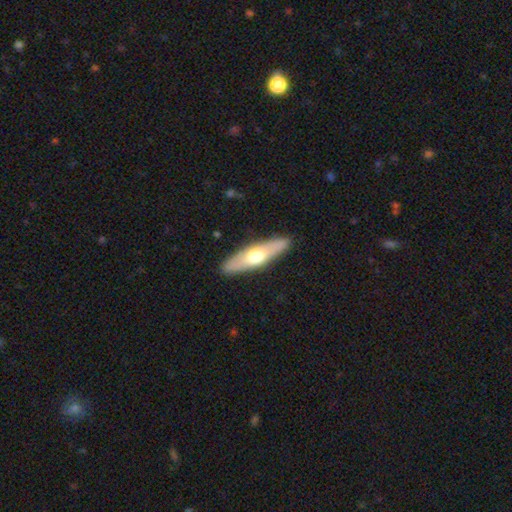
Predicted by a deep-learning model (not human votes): smooth 50%, featured or disk 45%, star or artifact 5%. Down the decision tree: merging — none (89%).